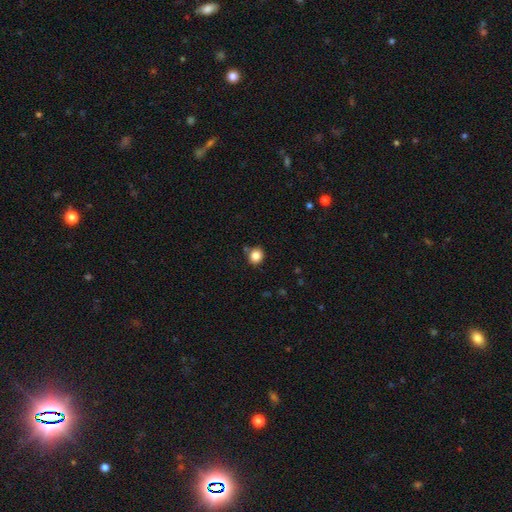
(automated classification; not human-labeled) smooth_or_featured: smooth (p=0.85) [alt: star or artifact p=0.11]
how_rounded: round (p=0.84) [alt: in between p=0.15]
merging: none (p=0.82) [alt: minor disturbance p=0.10]